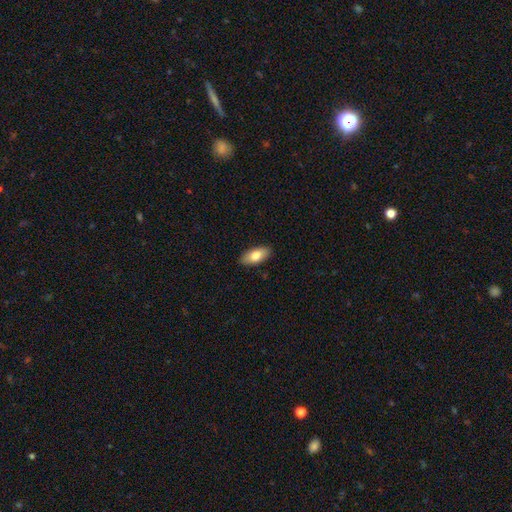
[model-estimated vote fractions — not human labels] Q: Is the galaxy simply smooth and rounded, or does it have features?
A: smooth — 80%.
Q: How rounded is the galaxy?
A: in between — 91%.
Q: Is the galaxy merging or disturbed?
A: none — 89%.